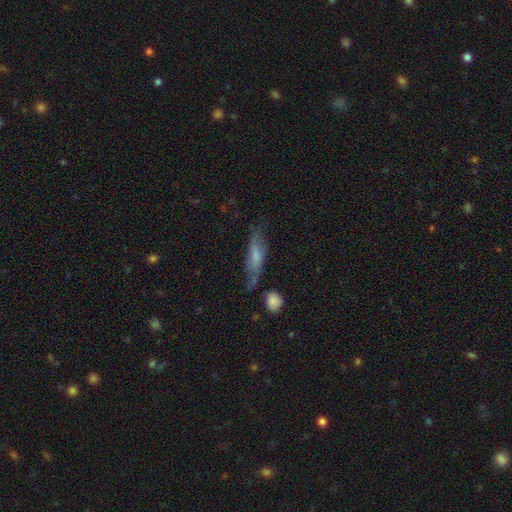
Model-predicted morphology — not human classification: The model was most divided on "smooth or featured": smooth: 56%, featured or disk: 36%, star or artifact: 8%. More confident: how rounded — cigar-shaped (60%); merging — none (50%).